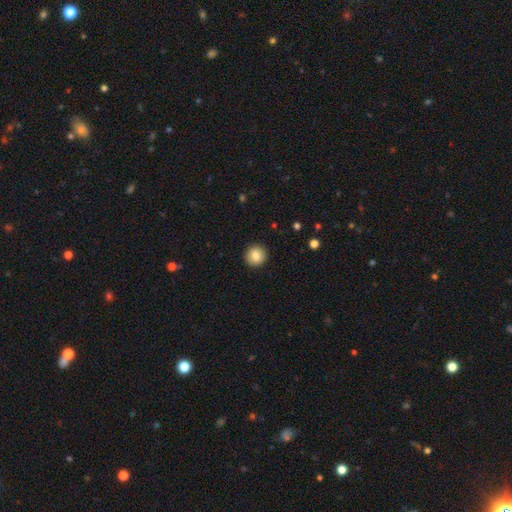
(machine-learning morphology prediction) The model was most divided on "smooth or featured": smooth: 85%, star or artifact: 9%, featured or disk: 7%. More confident: how rounded — round (93%); merging — none (92%).